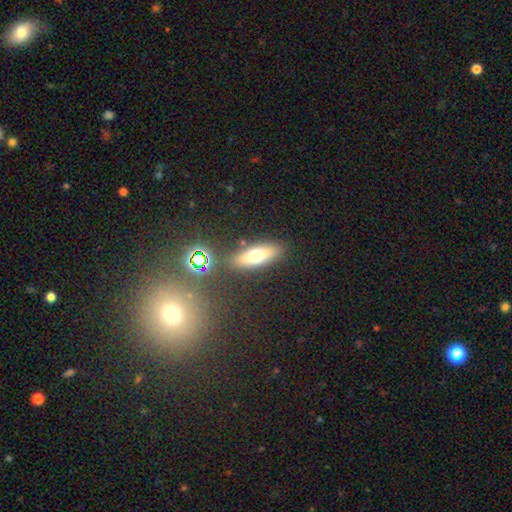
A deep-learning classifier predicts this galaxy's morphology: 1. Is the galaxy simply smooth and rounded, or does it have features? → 59% smooth, 29% featured or disk, 12% star or artifact.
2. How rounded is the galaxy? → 59% in between, 36% cigar-shaped, 5% round.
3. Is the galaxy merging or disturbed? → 83% none, 10% minor disturbance, 4% merger, 3% major disturbance.